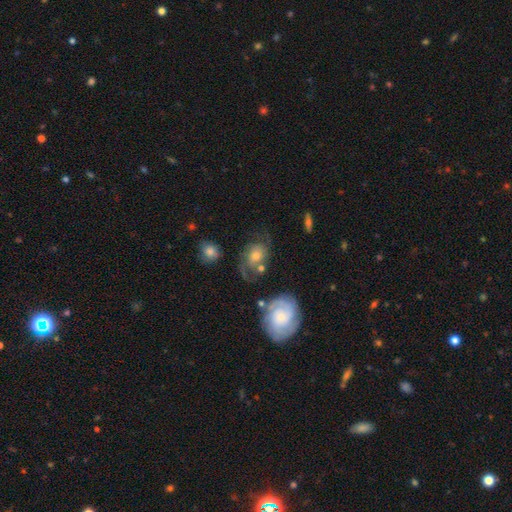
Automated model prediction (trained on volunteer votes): Smooth or featured? Predicted: featured or disk (p=0.60). Edge-on disk? Predicted: no (p=0.96). Bar? Predicted: no (p=0.72). Spiral arms? Predicted: yes (p=0.88). Spiral winding? Predicted: medium (p=0.40). Spiral arm count? Predicted: 2 (p=0.54). Bulge size? Predicted: moderate (p=0.47). Merging? Predicted: none (p=0.50).